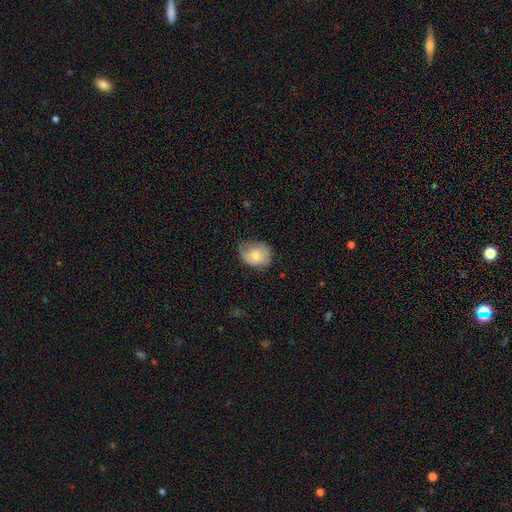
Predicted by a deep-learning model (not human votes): A smooth galaxy with no disk features (67%) that is in between round and cigar-shaped (51%).

Vote fractions:
- Smooth or featured? smooth: 67% / featured or disk: 26% / star or artifact: 7%
- How rounded? in between: 51% / round: 48% / cigar-shaped: 1%
- Merging? none: 51% / minor disturbance: 36% / major disturbance: 12% / merger: 1%